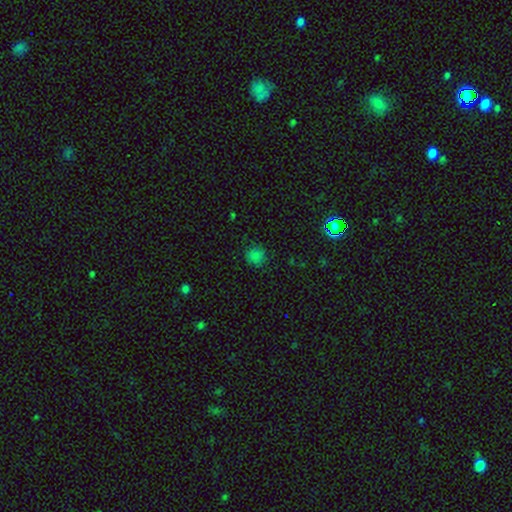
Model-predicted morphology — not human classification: smooth-or-featured: smooth: 78% | star or artifact: 18% | featured or disk: 4%
  how-rounded: round: 91% | in between: 8% | cigar-shaped: 1%
  merging: none: 86% | minor disturbance: 10% | major disturbance: 3% | merger: 1%